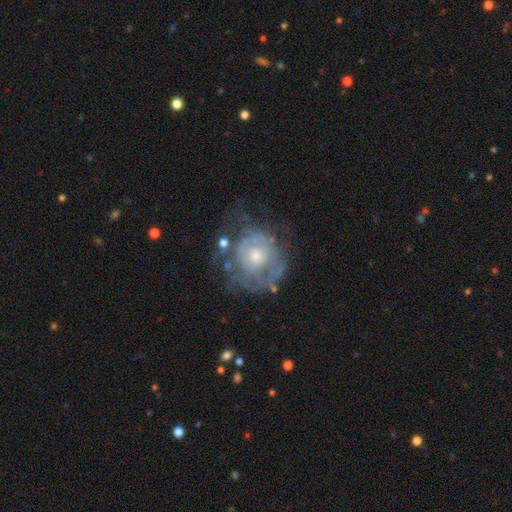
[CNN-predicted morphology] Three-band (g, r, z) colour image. It shows a featured or disk galaxy (67%) with no bar (85%), no spiral arms (50%, tied with yes) and a moderate central bulge (52%). Merging: none (52%).